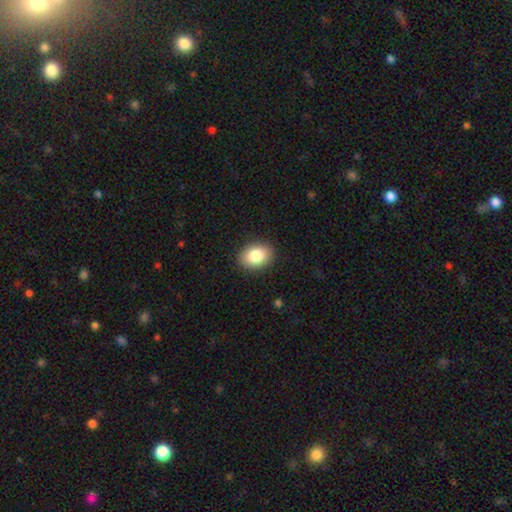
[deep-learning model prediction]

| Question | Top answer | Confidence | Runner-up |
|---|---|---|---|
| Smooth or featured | smooth | 85% | star or artifact (7%) |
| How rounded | in between | 74% | round (25%) |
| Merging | none | 90% | minor disturbance (7%) |